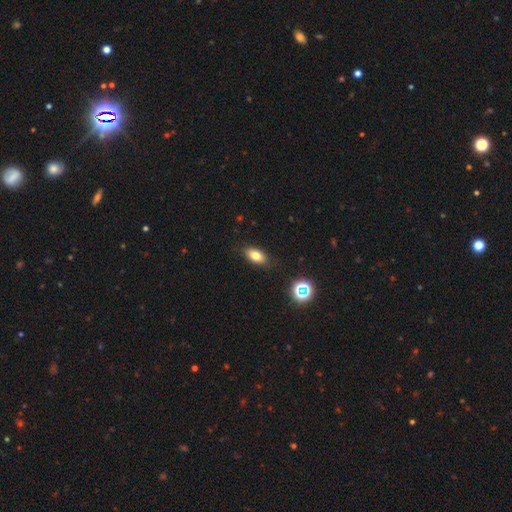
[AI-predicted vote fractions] A smooth galaxy with no disk features (77%) that is in between round and cigar-shaped (87%). Merging: none (86%).